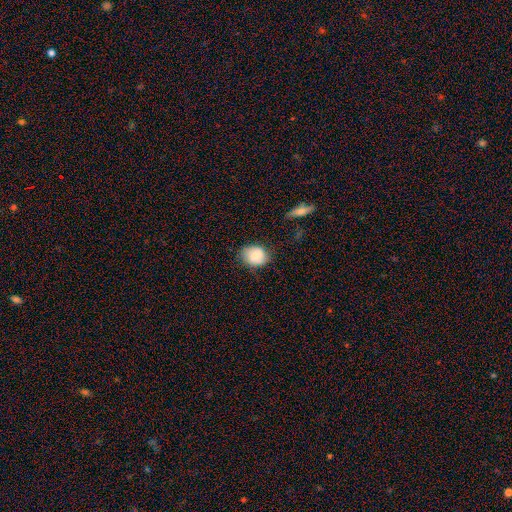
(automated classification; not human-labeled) smooth 71%, featured or disk 21%, star or artifact 8%. Down the decision tree: how rounded — round (53%); merging — none (71%).